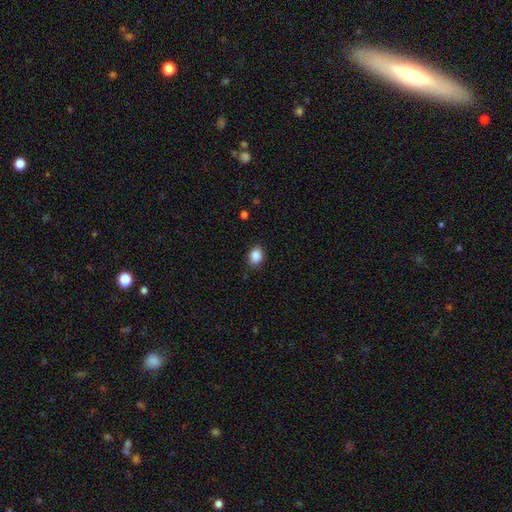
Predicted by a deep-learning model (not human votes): This is clearly a smooth galaxy (88%). How rounded: likely in between (67%). Merging: clearly none (84%).